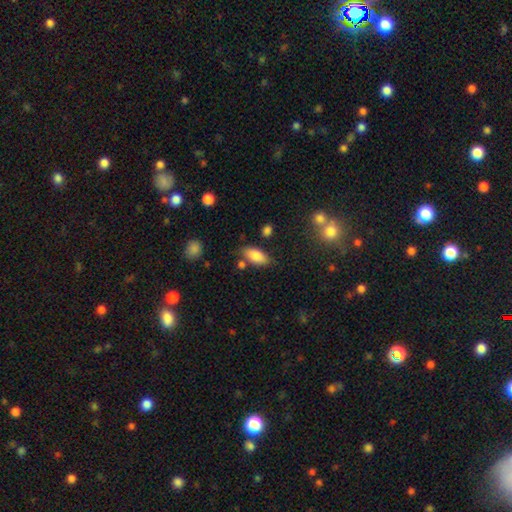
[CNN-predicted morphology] A smooth galaxy with no disk features (83%) that is in between round and cigar-shaped (88%). Merging: none (75%).